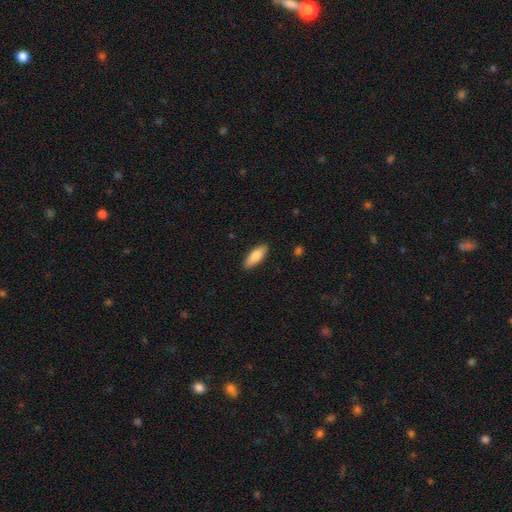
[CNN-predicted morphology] A smooth galaxy with no disk features (81%) that is in between round and cigar-shaped (65%).

Vote fractions:
- Smooth or featured? smooth: 81% / featured or disk: 14% / star or artifact: 6%
- How rounded? in between: 65% / cigar-shaped: 33% / round: 2%
- Merging? none: 88% / minor disturbance: 9% / major disturbance: 2% / merger: 1%